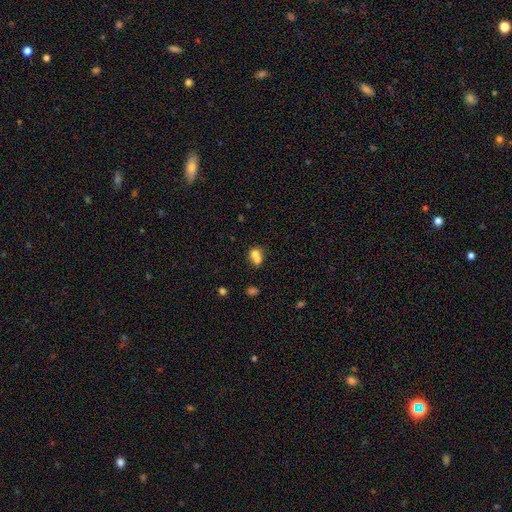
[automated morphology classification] A smooth galaxy with no disk features (71%) that is round (58%). Merging: merger (62%).